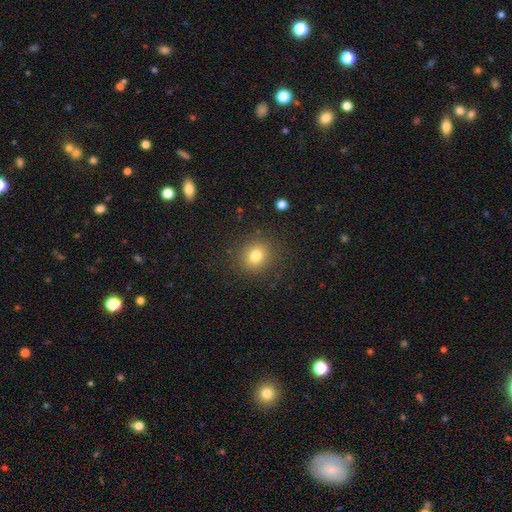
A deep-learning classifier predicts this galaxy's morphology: smooth-or-featured: smooth: 79% | star or artifact: 13% | featured or disk: 8%
  how-rounded: round: 84% | in between: 16% | cigar-shaped: 1%
  merging: none: 88% | minor disturbance: 8% | major disturbance: 3% | merger: 1%